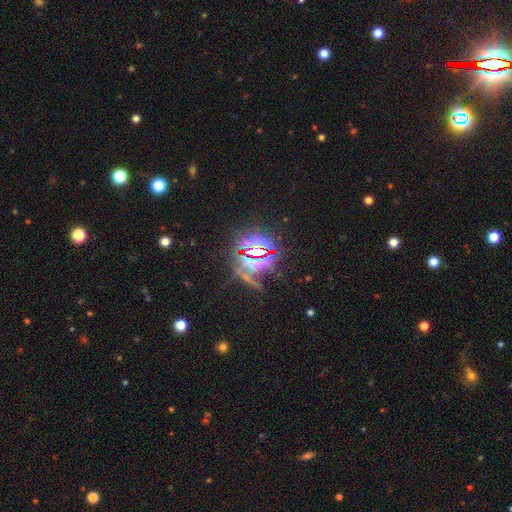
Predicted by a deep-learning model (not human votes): Smooth or featured?
  - star or artifact: 81% *
  - smooth: 10%
  - featured or disk: 9%